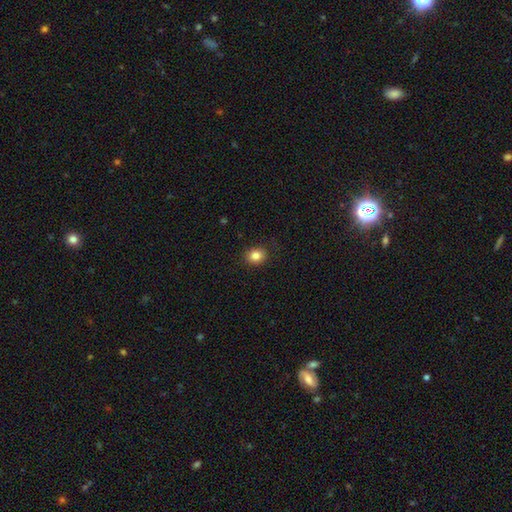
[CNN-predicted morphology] This appears to be a smooth galaxy with no disk features (84%) that is round (69%). Merging: none (88%).